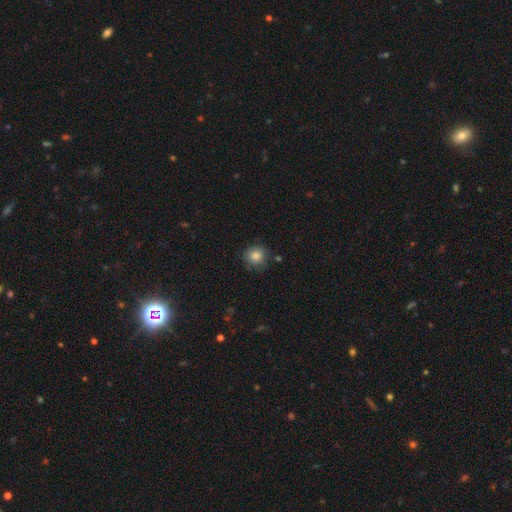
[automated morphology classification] Smooth or featured? smooth (83%)
How rounded? round (90%)
Merging? none (80%)